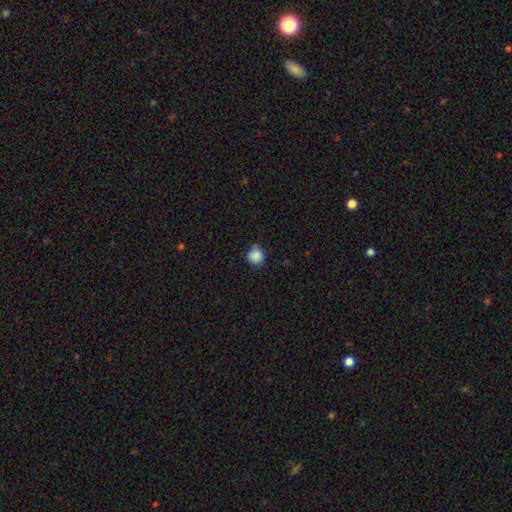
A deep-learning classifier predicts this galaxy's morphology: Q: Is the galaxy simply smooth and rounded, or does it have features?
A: smooth — 87%.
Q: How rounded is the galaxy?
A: round — 92%.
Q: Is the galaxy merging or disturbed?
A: none — 76%.